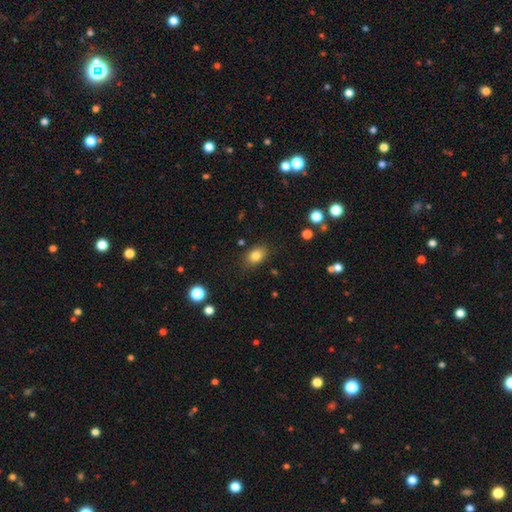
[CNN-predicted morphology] The model was most divided on "how rounded": in between: 78%, round: 21%, cigar-shaped: 1%. More confident: merging — none (83%); smooth or featured — smooth (82%).